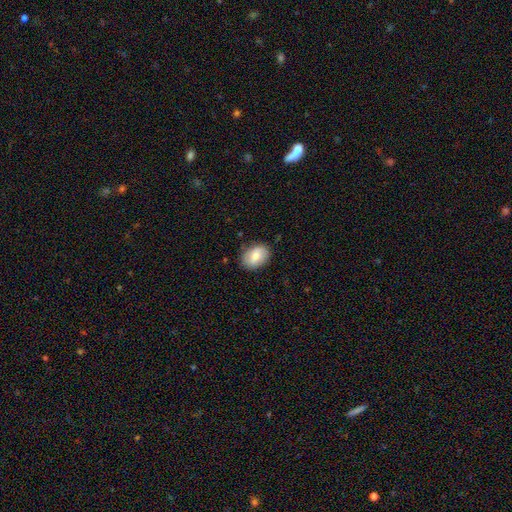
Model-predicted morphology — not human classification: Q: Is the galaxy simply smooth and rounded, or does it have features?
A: smooth — 74%.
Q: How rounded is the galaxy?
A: in between — 79%.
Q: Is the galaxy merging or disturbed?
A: none — 81%.